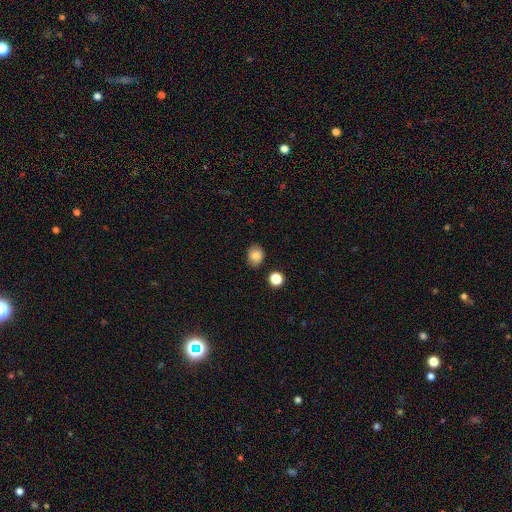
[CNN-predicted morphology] Smooth or featured: smooth — 82% (star or artifact — 10%)
How rounded: in between — 50% (round — 49%)
Merging: none — 82% (minor disturbance — 13%)